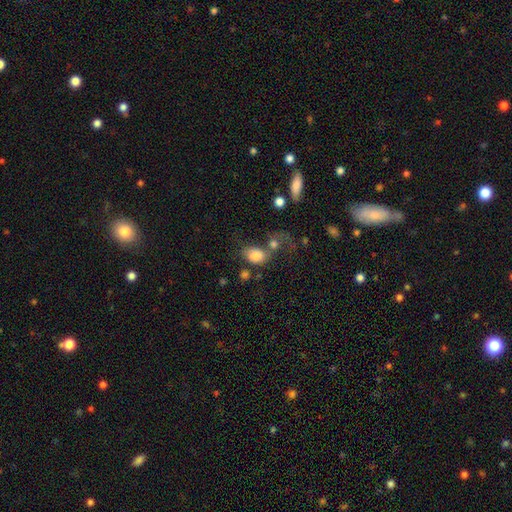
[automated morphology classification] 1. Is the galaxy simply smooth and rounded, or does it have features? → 79% smooth, 12% featured or disk, 9% star or artifact.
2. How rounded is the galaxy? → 75% in between, 24% round, 1% cigar-shaped.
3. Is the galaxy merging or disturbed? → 38% merger, 33% none, 15% minor disturbance, 14% major disturbance.